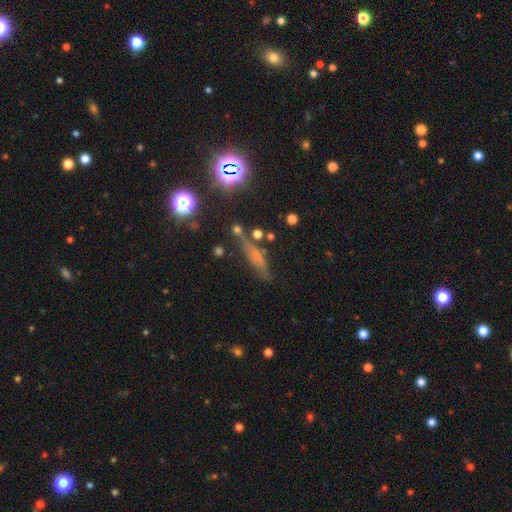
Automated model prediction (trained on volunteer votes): A smooth galaxy with no disk features (43%). Merging: none (67%).